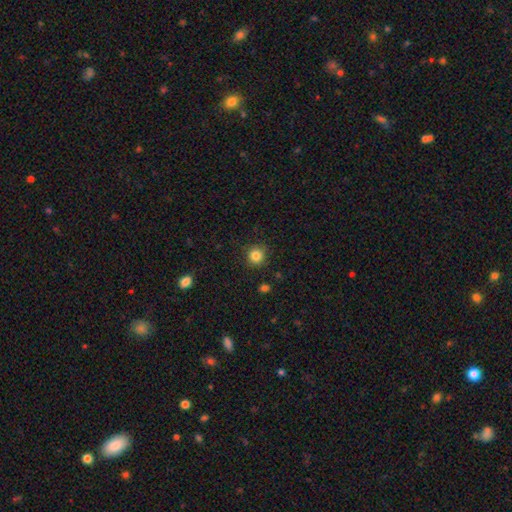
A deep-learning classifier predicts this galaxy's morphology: This appears to be a smooth galaxy with no disk features (84%) that is round (92%). Merging: none (88%).